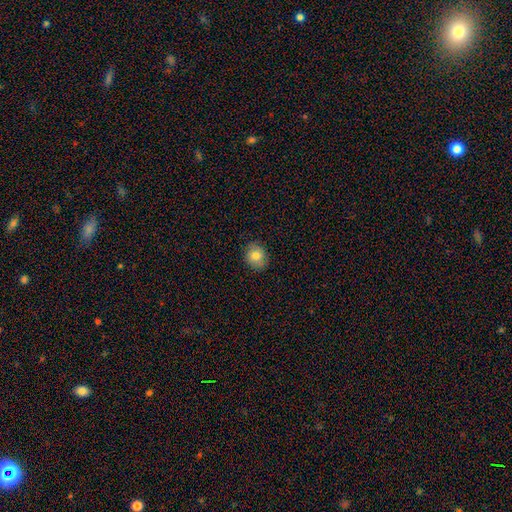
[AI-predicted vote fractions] Smooth or featured?
  - smooth: 80% *
  - featured or disk: 11%
  - star or artifact: 9%
How rounded?
  - round: 62% *
  - in between: 38%
  - cigar-shaped: 1%
Merging?
  - none: 86% *
  - minor disturbance: 11%
  - major disturbance: 2%
  - merger: 1%